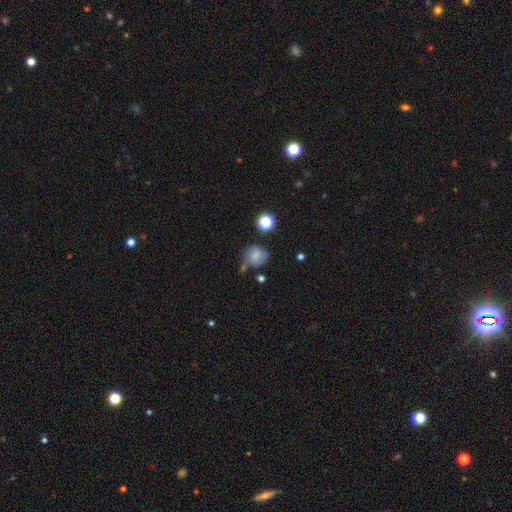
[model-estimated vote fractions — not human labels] smooth_or_featured: smooth (p=0.65) [alt: featured or disk p=0.23]
how_rounded: round (p=0.77) [alt: in between p=0.22]
merging: none (p=0.50) [alt: minor disturbance p=0.26]